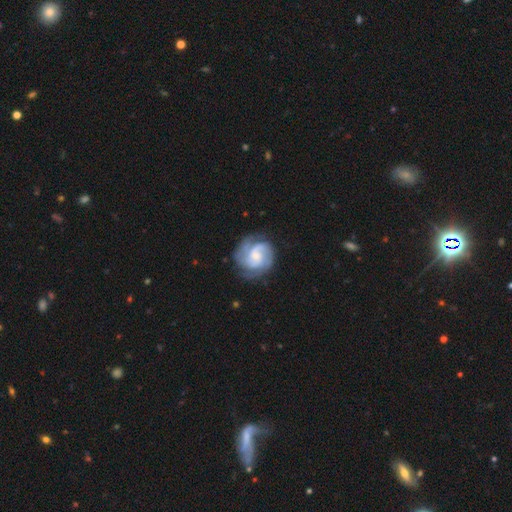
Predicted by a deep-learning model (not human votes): Q: Smooth or featured?
A: featured or disk (81%); runner-up: smooth (13%)
Q: Edge-on disk?
A: no (98%); runner-up: yes (2%)
Q: Bar?
A: no (54%); runner-up: weak (39%)
Q: Spiral arms?
A: yes (96%); runner-up: no (4%)
Q: Spiral winding?
A: tight (46%); runner-up: medium (42%)
Q: Spiral arm count?
A: 2 (48%); runner-up: 3 (22%)
Q: Bulge size?
A: small (54%); runner-up: moderate (29%)
Q: Merging?
A: none (69%); runner-up: minor disturbance (19%)